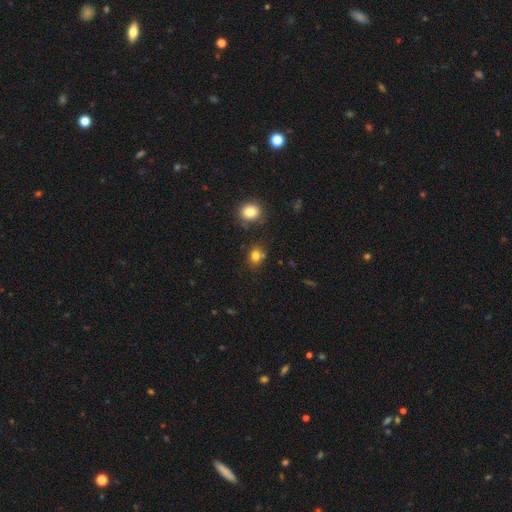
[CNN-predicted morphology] A smooth galaxy with no disk features (79%) that is round (54%).

Vote fractions:
- Smooth or featured? smooth: 79% / star or artifact: 14% / featured or disk: 7%
- How rounded? round: 54% / in between: 45% / cigar-shaped: 1%
- Merging? none: 69% / minor disturbance: 14% / merger: 13% / major disturbance: 4%